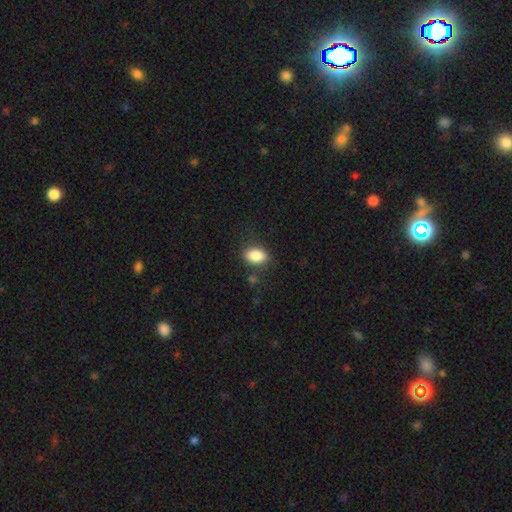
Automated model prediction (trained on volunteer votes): Overall: smooth (86%). How rounded: in between (79%). Merging: none (80%).